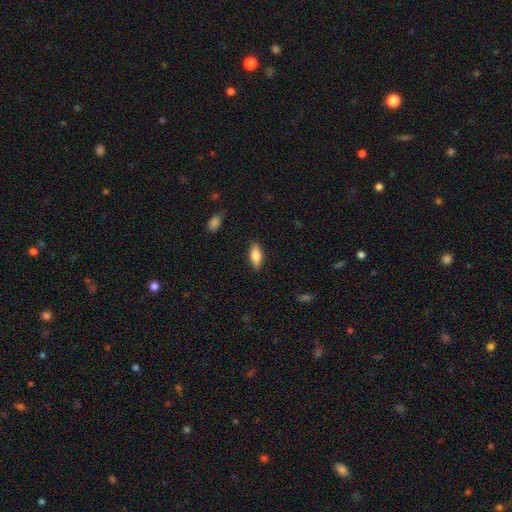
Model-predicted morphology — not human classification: Overall: smooth (82%). How rounded: in between (83%). Merging: none (86%).